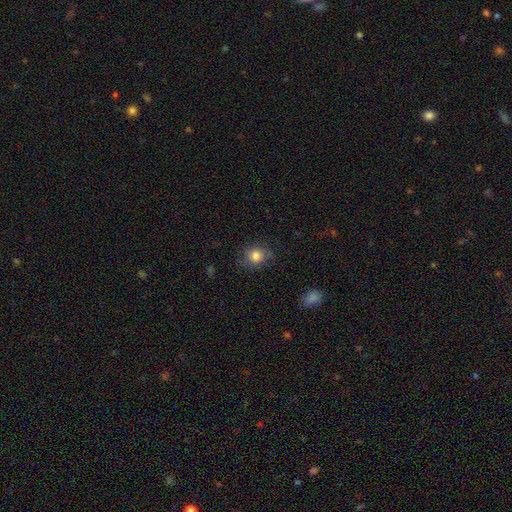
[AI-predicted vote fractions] A smooth galaxy with no disk features (81%) that is round (75%). Merging: none (74%).